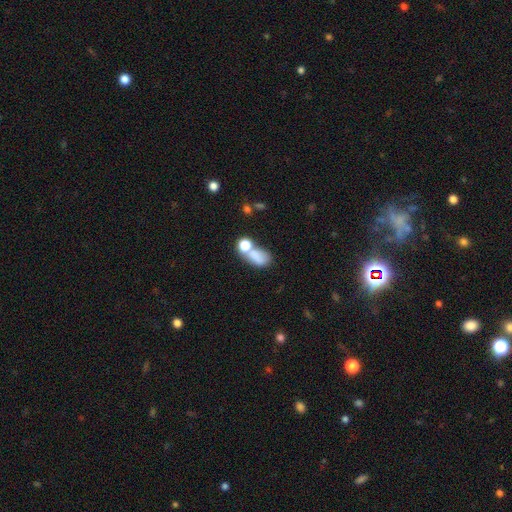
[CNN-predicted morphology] Smooth or featured: smooth — 74% (star or artifact — 14%)
How rounded: in between — 78% (round — 19%)
Merging: merger — 44% (none — 31%)